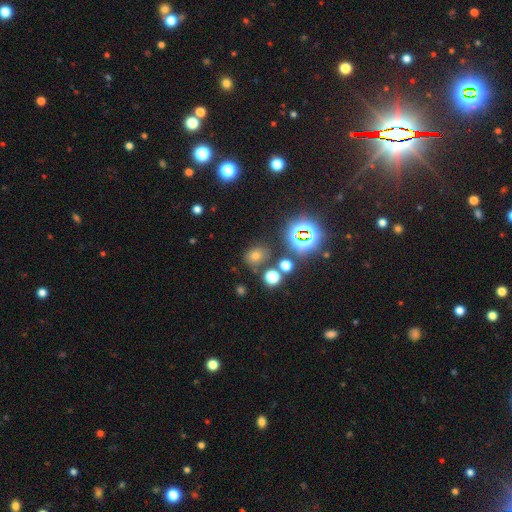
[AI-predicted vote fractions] The model was most divided on "how rounded": round: 56%, in between: 42%, cigar-shaped: 1%. More confident: merging — none (77%); smooth or featured — smooth (54%).